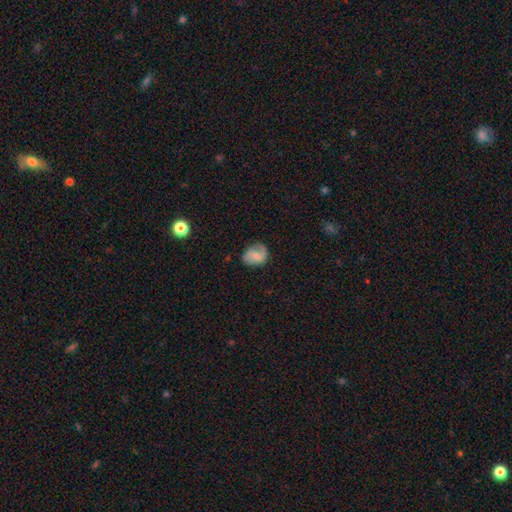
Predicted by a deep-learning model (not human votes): Smooth or featured? featured or disk (48%)
Merging? none (64%)